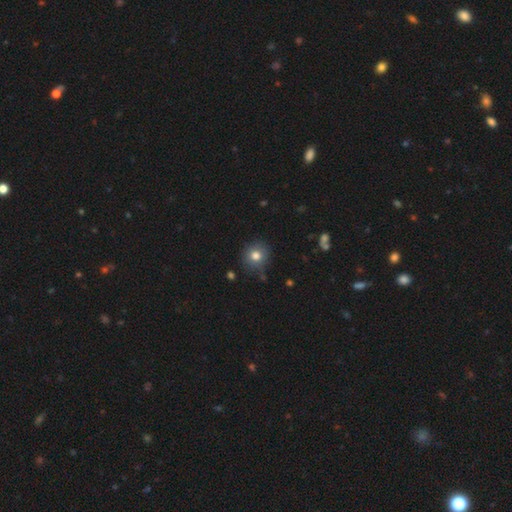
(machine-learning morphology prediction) type=smooth (80%); roundness=round (90%); merging=none (83%).